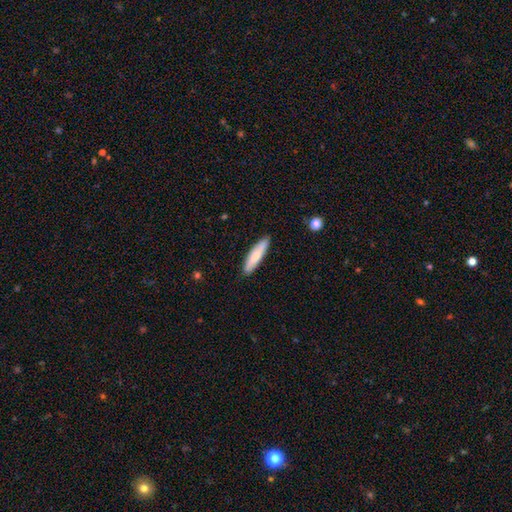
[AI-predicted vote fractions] This is likely a smooth galaxy (79%). How rounded: clearly cigar-shaped (81%). Merging: clearly none (89%).